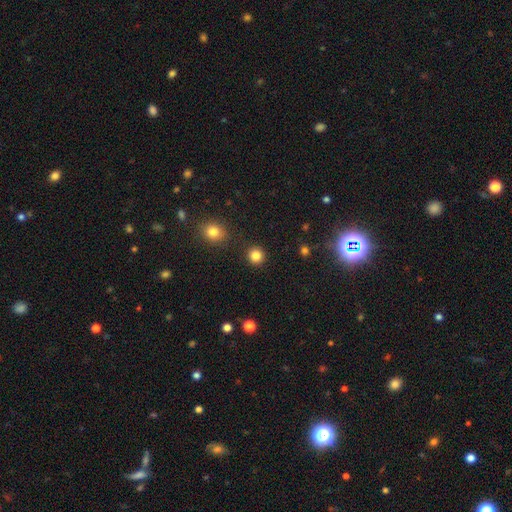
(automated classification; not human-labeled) This appears to be a smooth galaxy with no disk features (85%) that is round (93%). Merging: none (91%).